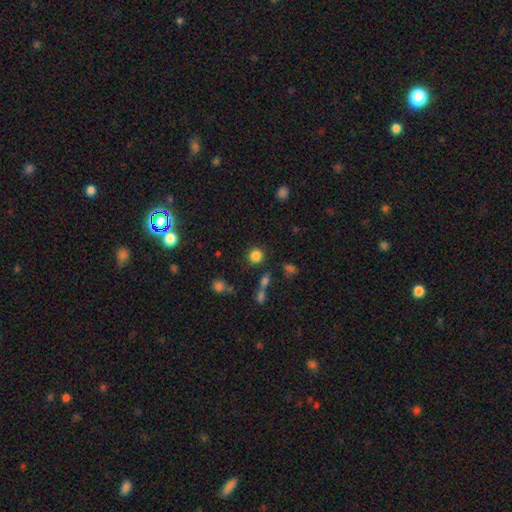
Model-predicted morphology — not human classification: type=smooth (83%); roundness=round (89%); merging=none (84%).